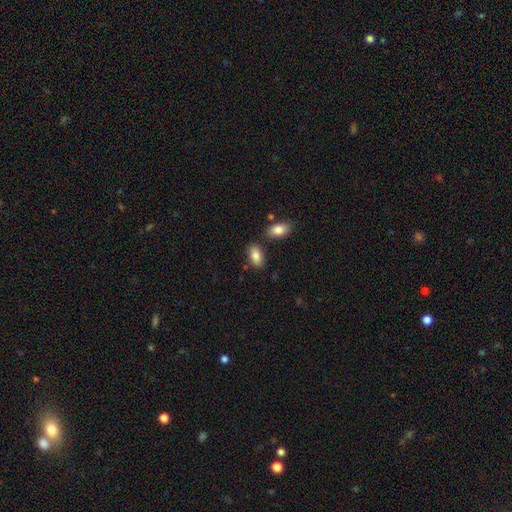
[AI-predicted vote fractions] Q: Smooth or featured?
A: smooth (86%); runner-up: featured or disk (7%)
Q: How rounded?
A: in between (92%); runner-up: round (4%)
Q: Merging?
A: none (75%); runner-up: minor disturbance (13%)